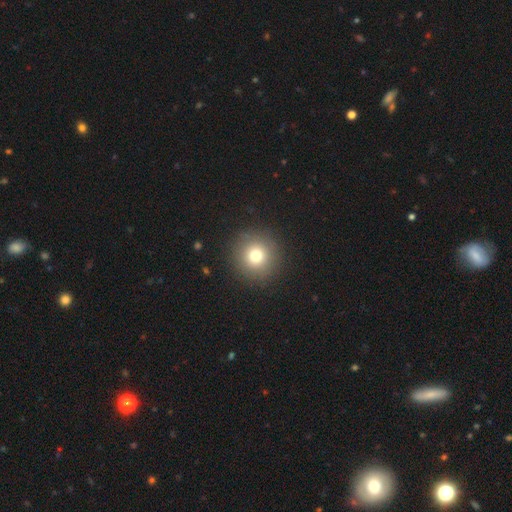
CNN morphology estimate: The model was most divided on "smooth or featured": smooth: 75%, star or artifact: 14%, featured or disk: 11%. More confident: how rounded — round (95%); merging — none (91%).